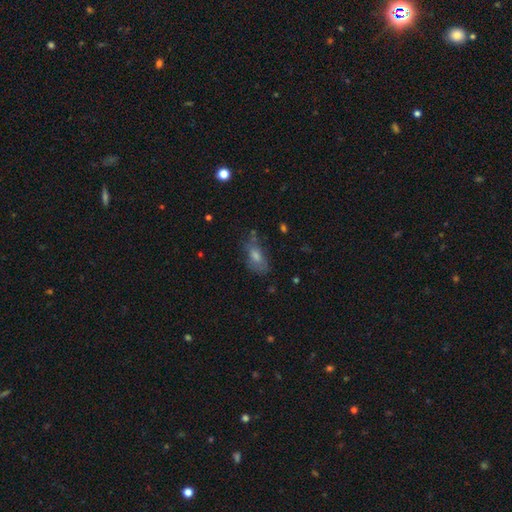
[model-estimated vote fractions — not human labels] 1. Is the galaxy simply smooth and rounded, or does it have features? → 53% smooth, 31% featured or disk, 16% star or artifact.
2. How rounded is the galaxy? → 81% in between, 11% cigar-shaped, 7% round.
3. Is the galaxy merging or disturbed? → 54% none, 27% minor disturbance, 15% major disturbance, 4% merger.